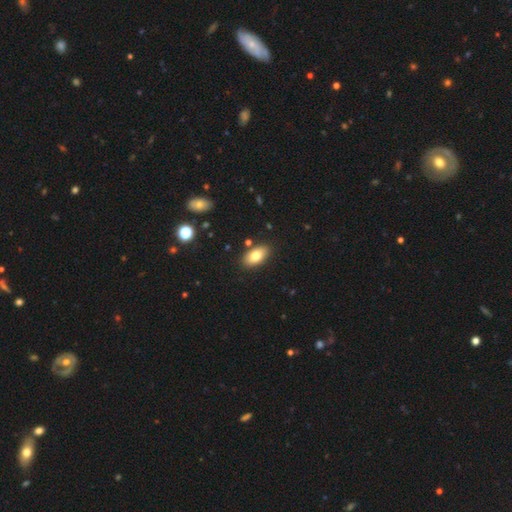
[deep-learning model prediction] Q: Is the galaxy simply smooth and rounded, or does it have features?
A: smooth — 80%.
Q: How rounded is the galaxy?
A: in between — 92%.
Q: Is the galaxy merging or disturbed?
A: none — 85%.